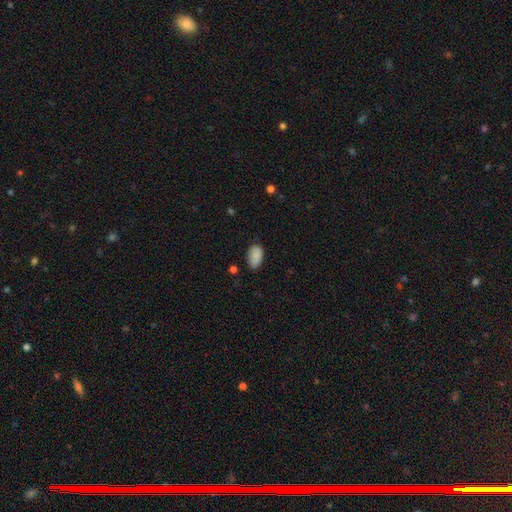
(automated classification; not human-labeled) Q: Smooth or featured?
A: smooth (88%); runner-up: star or artifact (7%)
Q: How rounded?
A: in between (93%); runner-up: round (5%)
Q: Merging?
A: none (77%); runner-up: minor disturbance (18%)